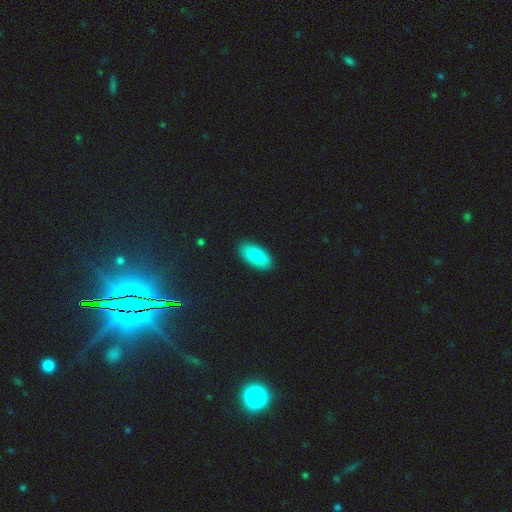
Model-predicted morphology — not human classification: A smooth galaxy with no disk features (90%) that is in between round and cigar-shaped (92%).

Vote fractions:
- Smooth or featured? smooth: 90% / star or artifact: 6% / featured or disk: 4%
- How rounded? in between: 92% / cigar-shaped: 6% / round: 2%
- Merging? none: 89% / minor disturbance: 8% / major disturbance: 2% / merger: 1%